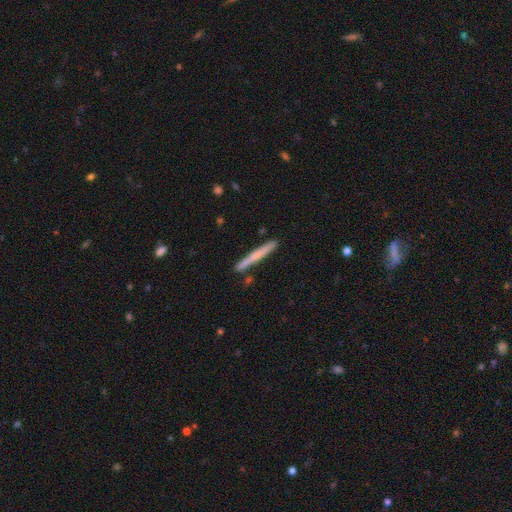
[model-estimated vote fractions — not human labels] Q: Smooth or featured?
A: smooth (59%); runner-up: featured or disk (36%)
Q: How rounded?
A: cigar-shaped (97%); runner-up: in between (2%)
Q: Merging?
A: none (88%); runner-up: minor disturbance (8%)